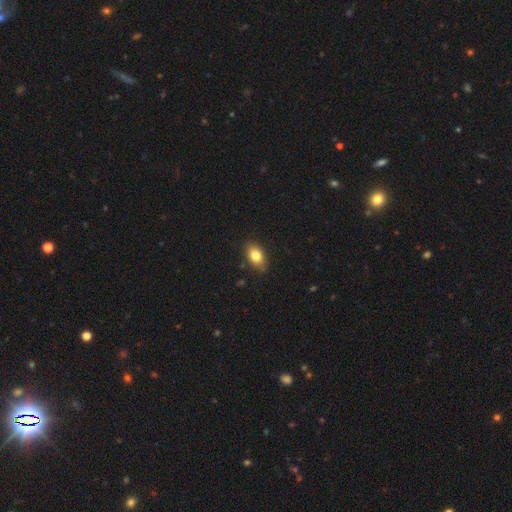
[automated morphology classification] Q: Smooth or featured?
A: smooth (82%); runner-up: featured or disk (9%)
Q: How rounded?
A: in between (83%); runner-up: round (15%)
Q: Merging?
A: none (85%); runner-up: minor disturbance (12%)